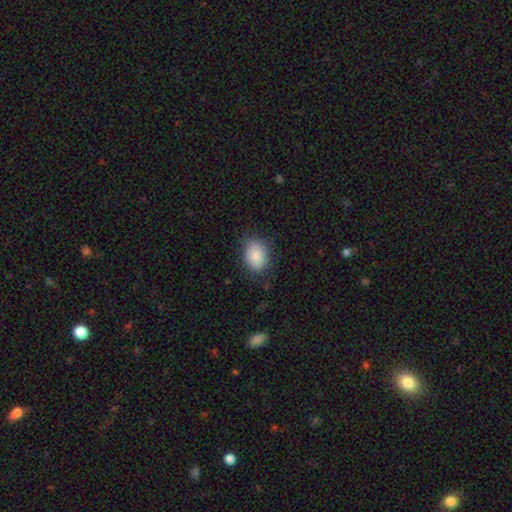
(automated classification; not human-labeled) Smooth or featured?
  - smooth: 87% *
  - star or artifact: 7%
  - featured or disk: 5%
How rounded?
  - in between: 70% *
  - round: 29%
  - cigar-shaped: 1%
Merging?
  - none: 78% *
  - minor disturbance: 17%
  - major disturbance: 4%
  - merger: 1%